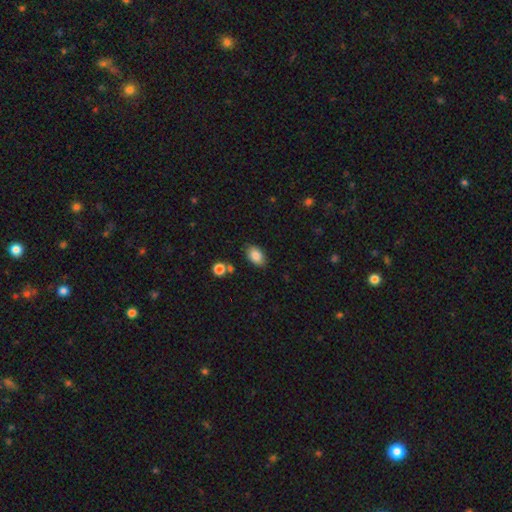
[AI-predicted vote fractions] Smooth or featured? Predicted: smooth (p=0.85). How rounded? Predicted: in between (p=0.88). Merging? Predicted: none (p=0.83).